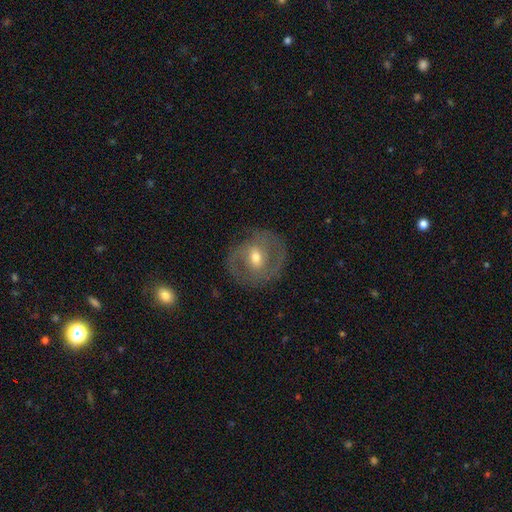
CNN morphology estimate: smooth-or-featured: featured or disk: 73% | smooth: 20% | star or artifact: 7%
  disk-edge-on: no: 96% | yes: 4%
    bar: weak: 46% | no: 29% | strong: 24%
    has-spiral-arms: yes: 75% | no: 25%
      spiral-winding: medium: 44% | tight: 41% | loose: 15%
      spiral-arm-count: 2: 76% | can't tell: 14% | 1: 4% | 3: 3% | 4: 1% | more than 4: 1%
    bulge-size: moderate: 66% | small: 28% | large: 4% | none: 1% | dominant: 1%
  merging: none: 79% | minor disturbance: 13% | major disturbance: 6% | merger: 1%